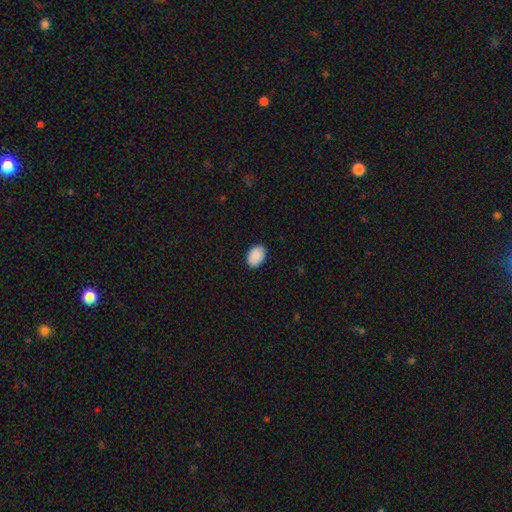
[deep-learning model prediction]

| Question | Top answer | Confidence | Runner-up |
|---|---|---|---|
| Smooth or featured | smooth | 91% | star or artifact (7%) |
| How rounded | in between | 85% | round (14%) |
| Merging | none | 88% | minor disturbance (9%) |